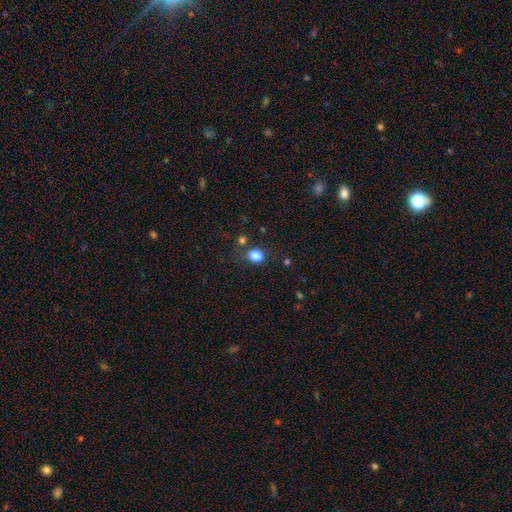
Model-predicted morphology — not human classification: This is clearly a smooth galaxy (84%). How rounded: possibly in between (56%). Merging: likely none (71%).